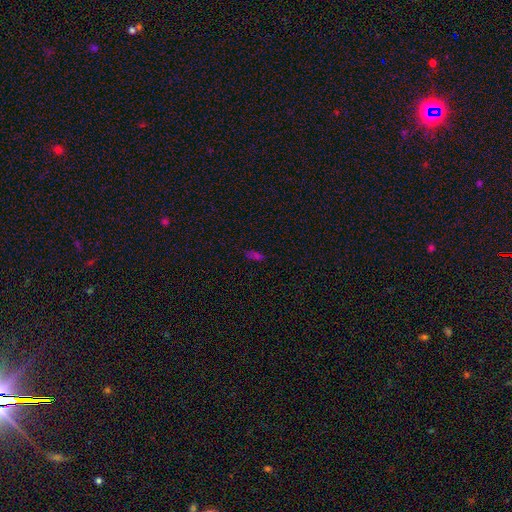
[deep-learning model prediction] Morphology: type=smooth (63%); roundness=in between (68%); merging=none (74%).